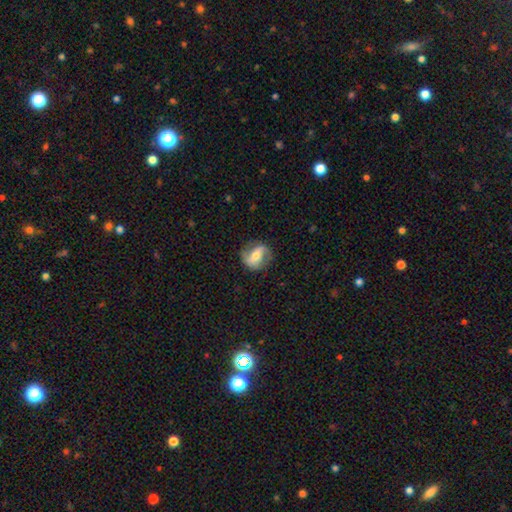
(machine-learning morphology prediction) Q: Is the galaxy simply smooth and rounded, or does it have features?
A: featured or disk — 68%.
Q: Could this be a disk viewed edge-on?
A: no — 95%.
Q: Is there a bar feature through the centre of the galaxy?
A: strong — 42%.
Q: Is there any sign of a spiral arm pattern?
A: yes — 84%.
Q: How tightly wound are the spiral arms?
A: loose — 41%.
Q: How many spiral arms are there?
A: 2 — 86%.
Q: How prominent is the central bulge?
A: moderate — 58%.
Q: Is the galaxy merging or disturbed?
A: none — 78%.